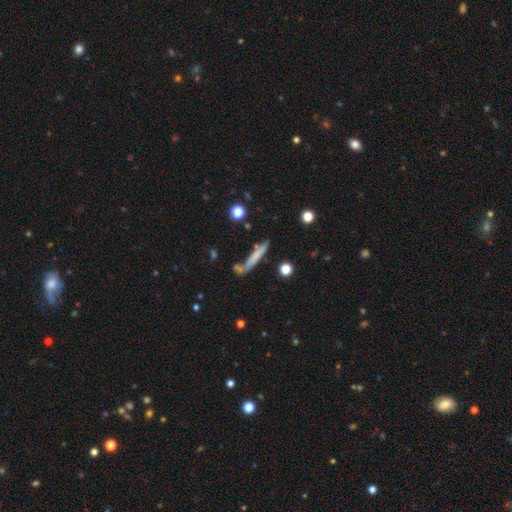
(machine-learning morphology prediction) Smooth or featured? smooth (58%)
How rounded? cigar-shaped (91%)
Merging? none (58%)